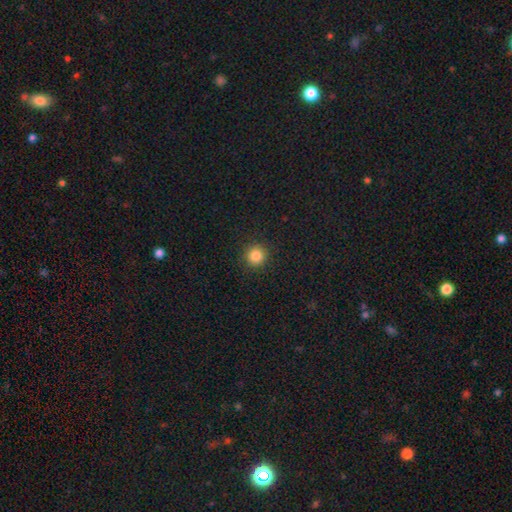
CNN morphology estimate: This appears to be a smooth galaxy with no disk features (84%) that is round (93%). Merging: none (91%).